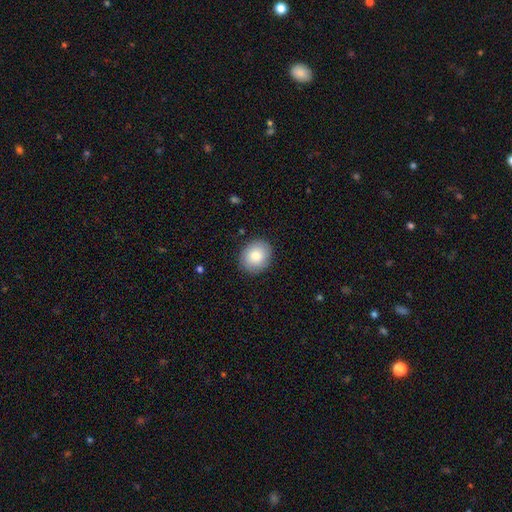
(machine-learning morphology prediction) smooth-or-featured: smooth: 83% | featured or disk: 10% | star or artifact: 7%
  how-rounded: round: 71% | in between: 28% | cigar-shaped: 1%
  merging: none: 88% | minor disturbance: 9% | major disturbance: 2% | merger: 1%